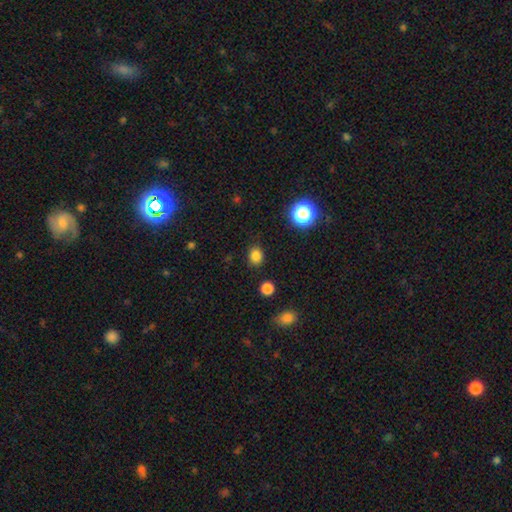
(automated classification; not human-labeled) This is clearly a smooth galaxy (82%). How rounded: possibly round (58%). Merging: clearly none (86%).